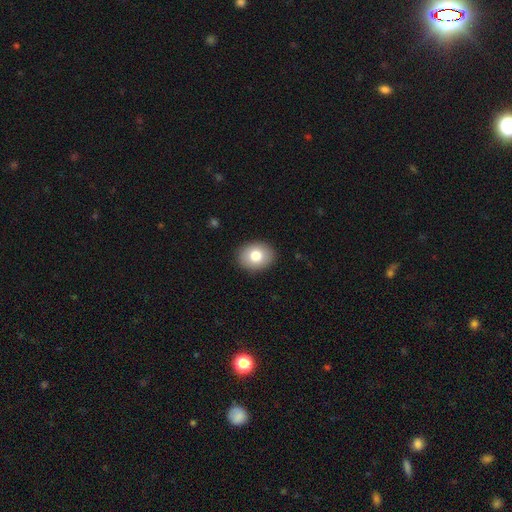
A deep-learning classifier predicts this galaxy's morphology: A smooth galaxy with no disk features (80%) that is in between round and cigar-shaped (54%).

Vote fractions:
- Smooth or featured? smooth: 80% / featured or disk: 12% / star or artifact: 8%
- How rounded? in between: 54% / round: 45% / cigar-shaped: 1%
- Merging? none: 90% / minor disturbance: 7% / major disturbance: 2% / merger: 1%